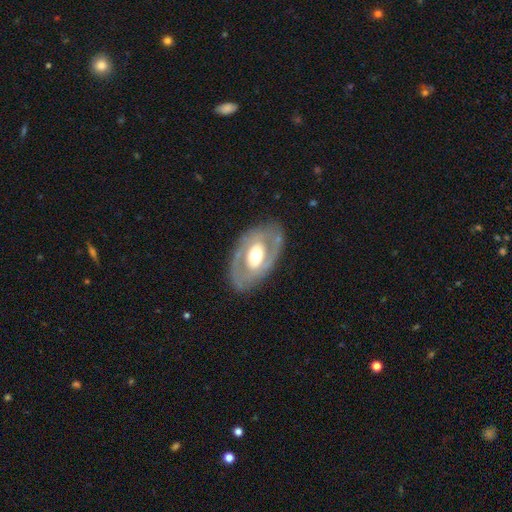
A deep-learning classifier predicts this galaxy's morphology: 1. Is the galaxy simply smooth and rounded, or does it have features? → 67% featured or disk, 28% smooth, 5% star or artifact.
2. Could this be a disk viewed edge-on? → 91% no, 9% yes.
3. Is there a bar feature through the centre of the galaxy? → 63% no, 24% weak, 14% strong.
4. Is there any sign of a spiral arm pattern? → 69% no, 31% yes.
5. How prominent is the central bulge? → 57% moderate, 34% large, 6% small, 3% dominant, 1% none.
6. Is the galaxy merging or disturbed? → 78% none, 14% minor disturbance, 6% major disturbance, 1% merger.